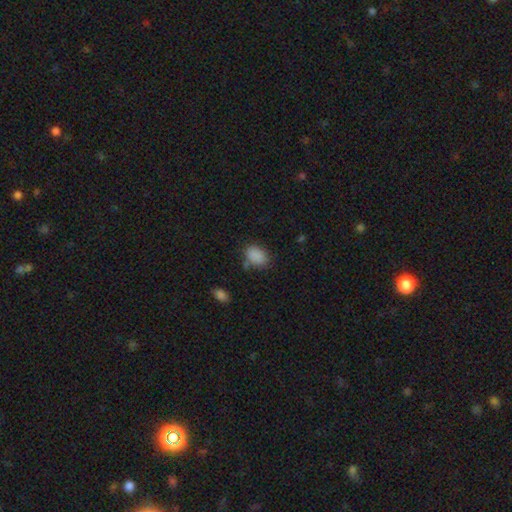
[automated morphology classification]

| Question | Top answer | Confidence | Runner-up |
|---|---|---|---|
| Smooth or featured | smooth | 87% | star or artifact (9%) |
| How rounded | in between | 76% | round (23%) |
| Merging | none | 72% | minor disturbance (18%) |